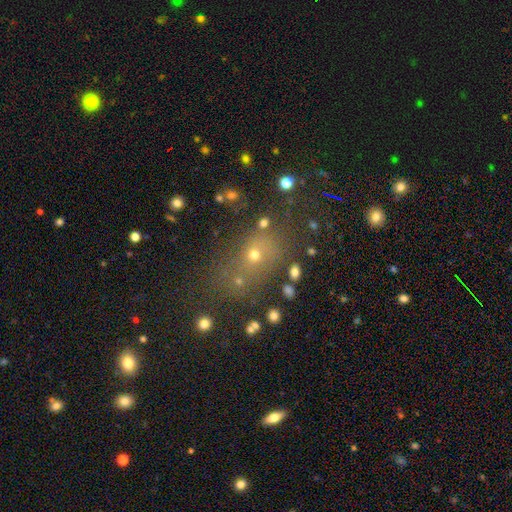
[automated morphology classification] smooth_or_featured: smooth (p=0.48) [alt: star or artifact p=0.38]
merging: none (p=0.69) [alt: minor disturbance p=0.14]